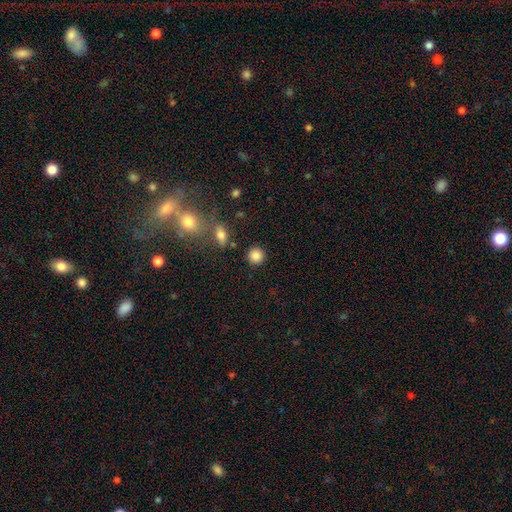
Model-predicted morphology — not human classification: A smooth galaxy with no disk features (86%) that is round (93%).

Vote fractions:
- Smooth or featured? smooth: 86% / star or artifact: 10% / featured or disk: 4%
- How rounded? round: 93% / in between: 6% / cigar-shaped: 1%
- Merging? none: 87% / minor disturbance: 6% / merger: 4% / major disturbance: 3%